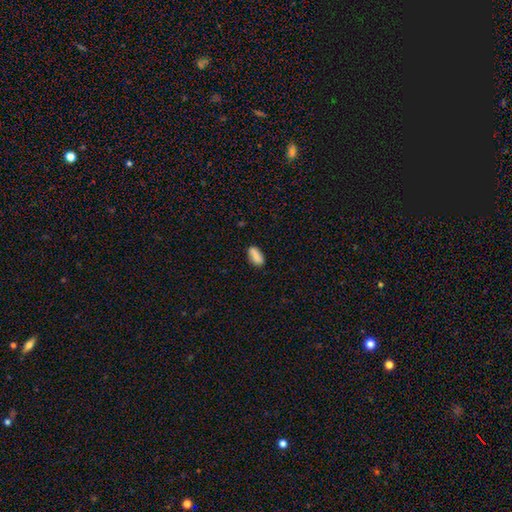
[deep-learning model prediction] smooth_or_featured: smooth (p=0.84) [alt: featured or disk p=0.08]
how_rounded: in between (p=0.86) [alt: cigar-shaped p=0.11]
merging: none (p=0.80) [alt: minor disturbance p=0.14]